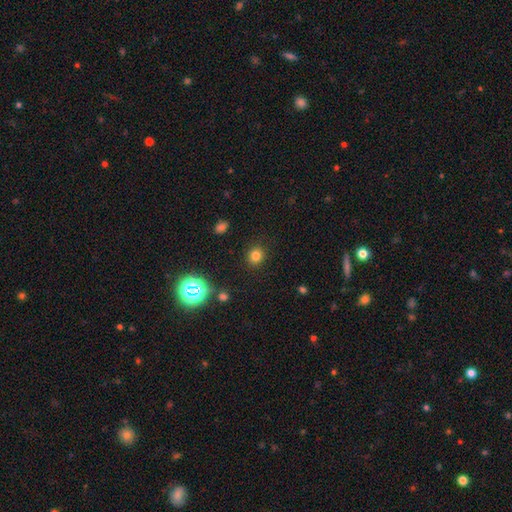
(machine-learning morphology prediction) A smooth galaxy with no disk features (76%) that is round (81%).

Vote fractions:
- Smooth or featured? smooth: 76% / star or artifact: 17% / featured or disk: 6%
- How rounded? round: 81% / in between: 18% / cigar-shaped: 1%
- Merging? none: 89% / minor disturbance: 7% / major disturbance: 3% / merger: 2%